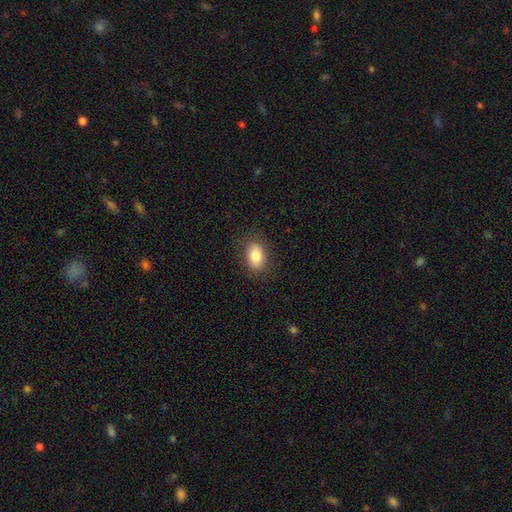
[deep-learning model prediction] smooth 83%, featured or disk 9%, star or artifact 8%. Down the decision tree: how rounded — in between (84%); merging — none (85%).